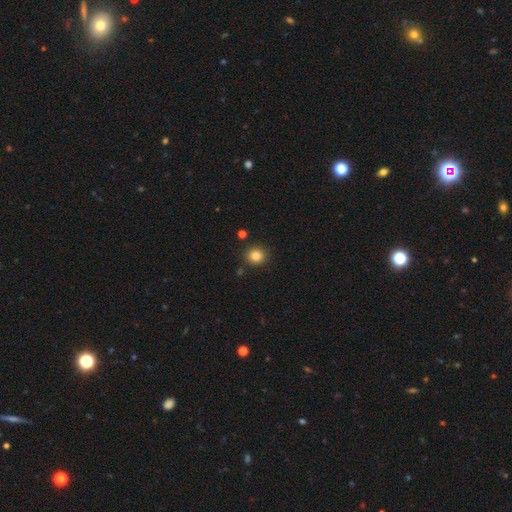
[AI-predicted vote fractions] A smooth galaxy with no disk features (85%) that is round (83%). Merging: none (87%).